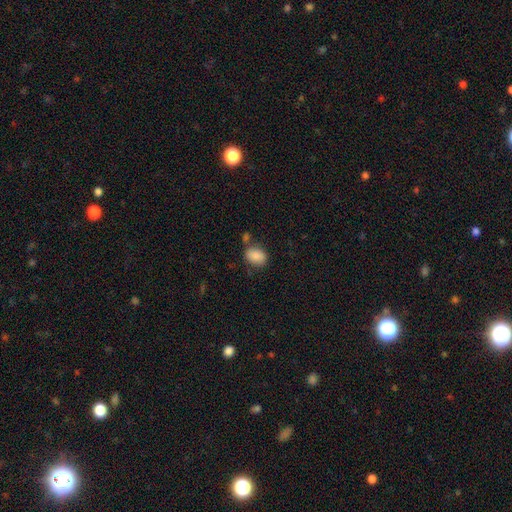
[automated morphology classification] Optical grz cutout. It shows a smooth galaxy with no disk features (86%) that is in between round and cigar-shaped (72%). Merging: none (66%).